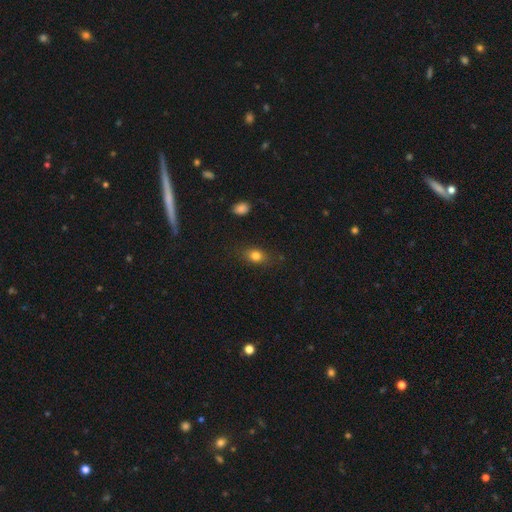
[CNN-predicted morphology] type=smooth (81%); roundness=in between (67%); merging=none (80%).